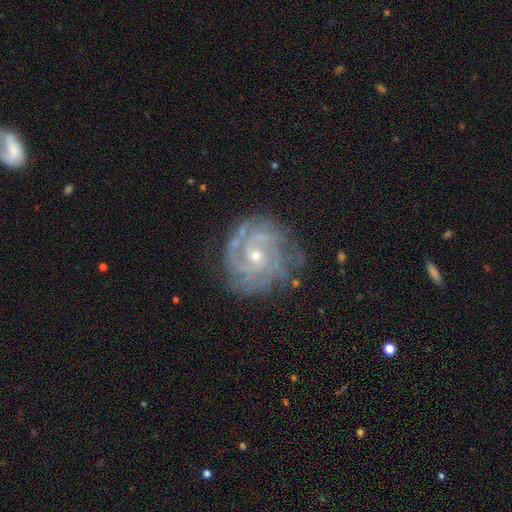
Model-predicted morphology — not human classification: A featured or disk galaxy (88%) with no bar (66%), 3 (25%) tight (70%) spiral arms (97%) and a small central bulge (60%). Merging: none (74%).